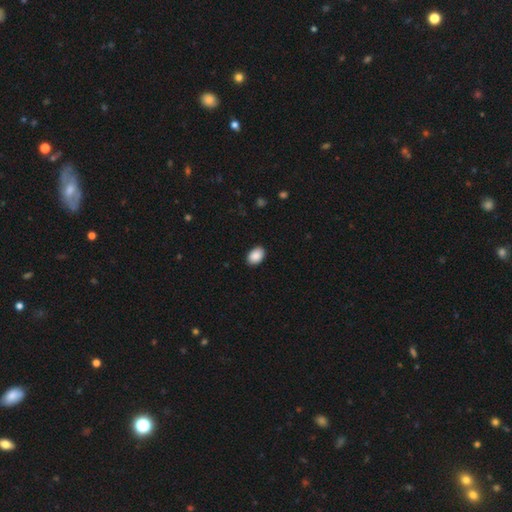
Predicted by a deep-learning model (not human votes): smooth_or_featured: smooth (p=0.90) [alt: star or artifact p=0.07]
how_rounded: in between (p=0.83) [alt: round p=0.16]
merging: none (p=0.90) [alt: minor disturbance p=0.08]